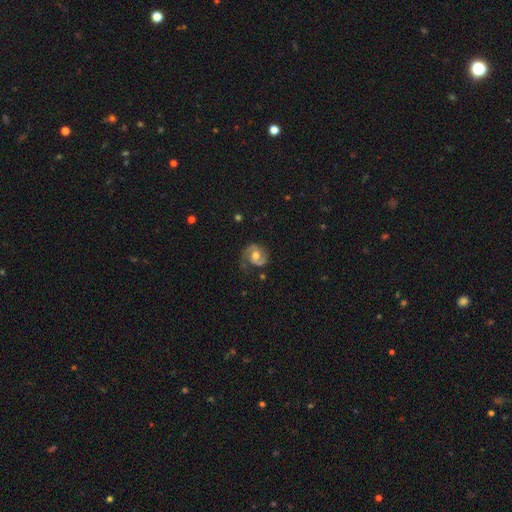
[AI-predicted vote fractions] Smooth or featured? Predicted: featured or disk (p=0.72). Edge-on disk? Predicted: no (p=0.97). Bar? Predicted: no (p=0.55). Spiral arms? Predicted: yes (p=0.91). Spiral winding? Predicted: medium (p=0.49). Spiral arm count? Predicted: 2 (p=0.81). Bulge size? Predicted: moderate (p=0.71). Merging? Predicted: none (p=0.68).